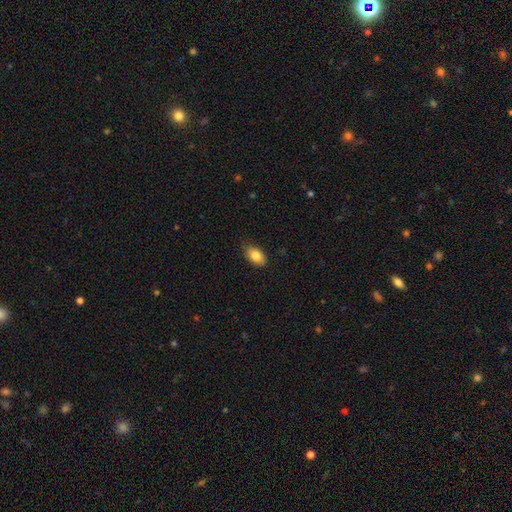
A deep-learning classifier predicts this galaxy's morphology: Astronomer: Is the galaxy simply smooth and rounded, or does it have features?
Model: smooth — 83%.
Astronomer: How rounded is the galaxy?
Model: in between — 90%.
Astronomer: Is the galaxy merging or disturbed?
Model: none — 80%.